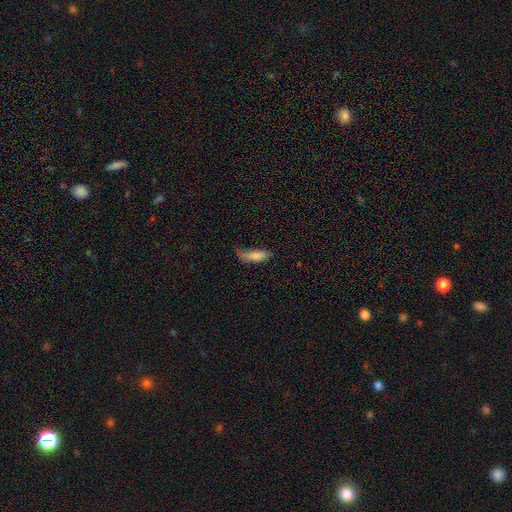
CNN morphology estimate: Smooth or featured? smooth (79%)
How rounded? in between (61%)
Merging? none (40%)